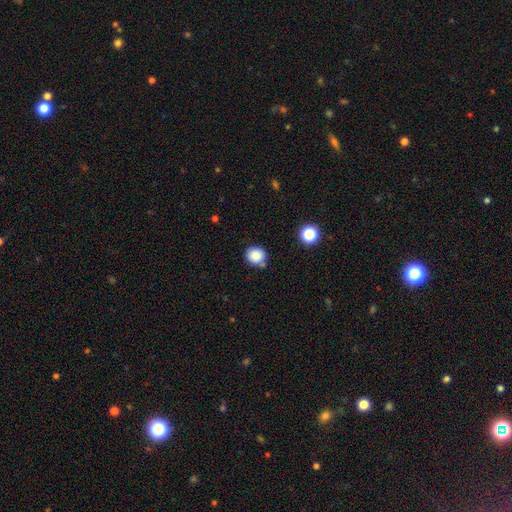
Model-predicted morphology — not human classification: This is clearly a smooth galaxy (85%). How rounded: clearly round (83%). Merging: likely none (72%).